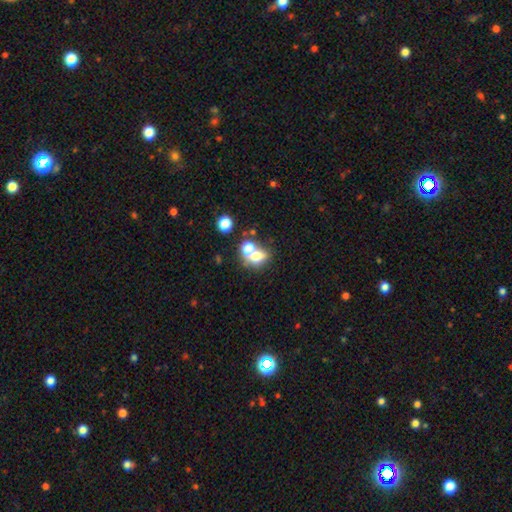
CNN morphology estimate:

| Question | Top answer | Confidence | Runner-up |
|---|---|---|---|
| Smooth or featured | smooth | 65% | featured or disk (20%) |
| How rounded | in between | 51% | round (48%) |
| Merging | merger | 54% | none (31%) |